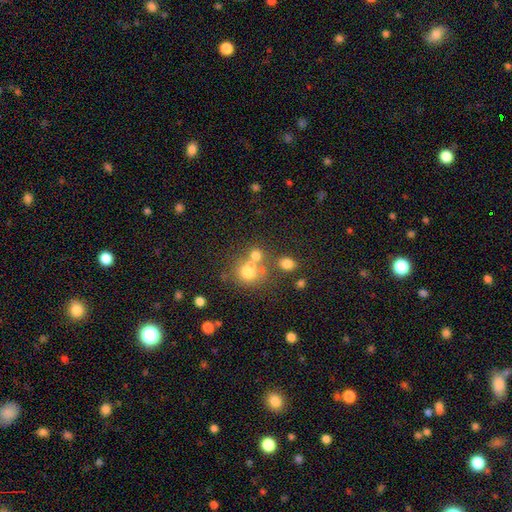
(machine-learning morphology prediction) smooth 63%, featured or disk 19%, star or artifact 18%. Down the decision tree: how rounded — round (76%); merging — none (44%).